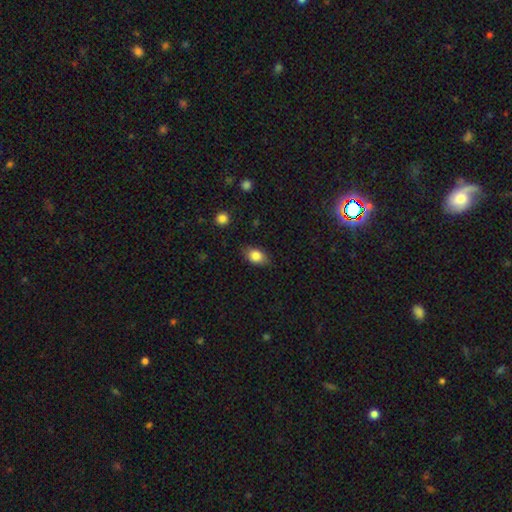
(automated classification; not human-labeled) Q: Smooth or featured?
A: smooth (84%); runner-up: star or artifact (8%)
Q: How rounded?
A: in between (80%); runner-up: round (18%)
Q: Merging?
A: none (82%); runner-up: minor disturbance (14%)